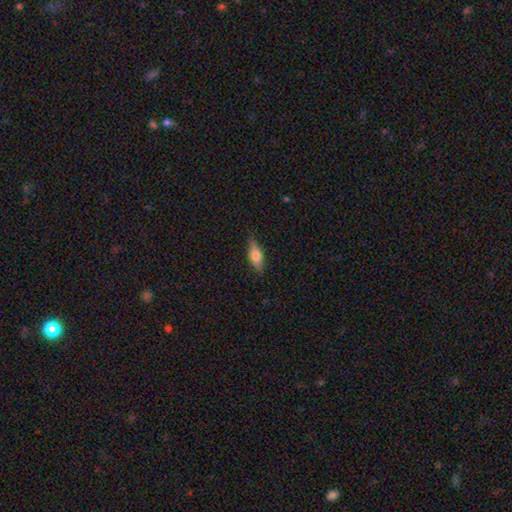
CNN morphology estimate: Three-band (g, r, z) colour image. It shows a smooth galaxy with no disk features (64%) that is in between round and cigar-shaped (64%). Merging: none (78%).